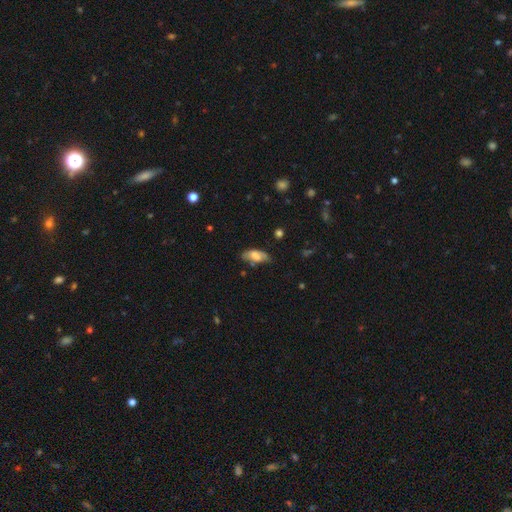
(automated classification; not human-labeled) A smooth galaxy with no disk features (68%) that is in between round and cigar-shaped (85%).

Vote fractions:
- Smooth or featured? smooth: 68% / featured or disk: 24% / star or artifact: 8%
- How rounded? in between: 85% / cigar-shaped: 12% / round: 3%
- Merging? none: 55% / minor disturbance: 32% / major disturbance: 10% / merger: 4%